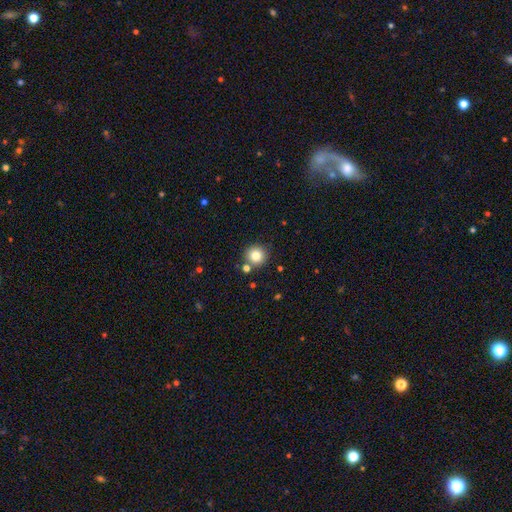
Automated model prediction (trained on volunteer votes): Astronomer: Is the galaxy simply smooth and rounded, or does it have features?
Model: smooth — 81%.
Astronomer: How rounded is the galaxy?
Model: round — 94%.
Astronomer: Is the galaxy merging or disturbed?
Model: none — 81%.